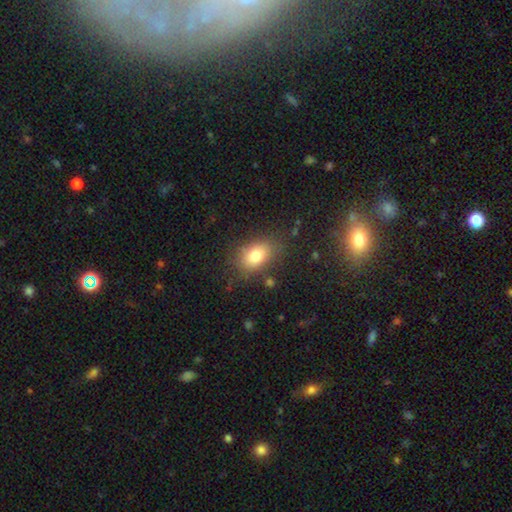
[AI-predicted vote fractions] This is likely a smooth galaxy (79%). How rounded: likely in between (79%). Merging: likely none (77%).